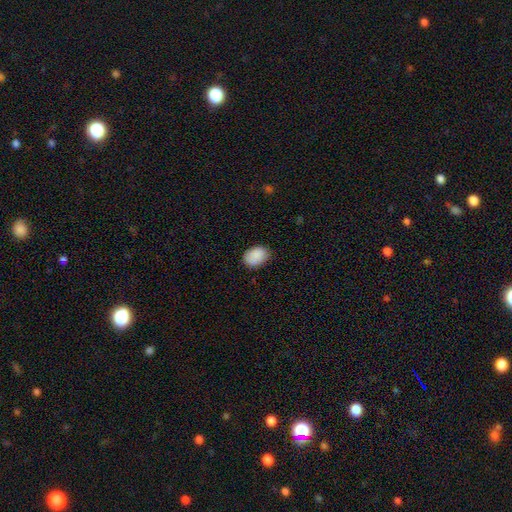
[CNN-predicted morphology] This is clearly a smooth galaxy (89%). How rounded: likely in between (74%). Merging: clearly none (80%).